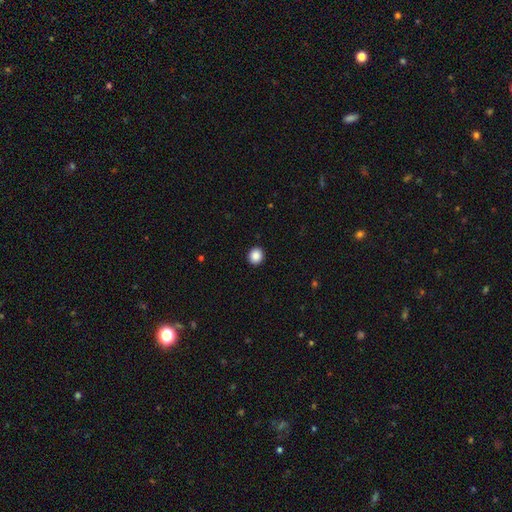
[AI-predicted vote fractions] smooth-or-featured: smooth: 88% | star or artifact: 9% | featured or disk: 3%
  how-rounded: round: 86% | in between: 14% | cigar-shaped: 1%
  merging: none: 93% | minor disturbance: 5% | major disturbance: 2% | merger: 1%